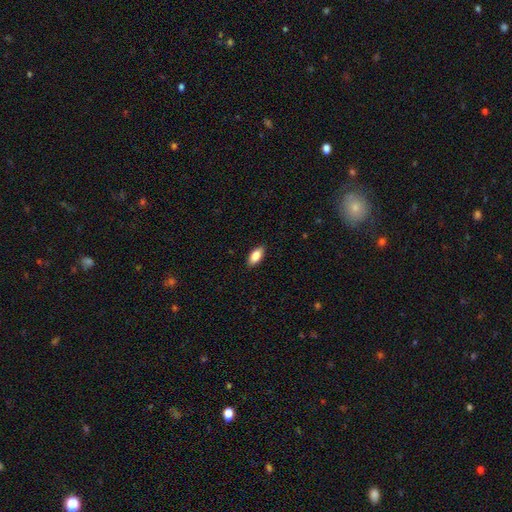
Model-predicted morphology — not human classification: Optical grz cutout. It shows a smooth galaxy with no disk features (85%) that is in between round and cigar-shaped (90%). Merging: none (88%).